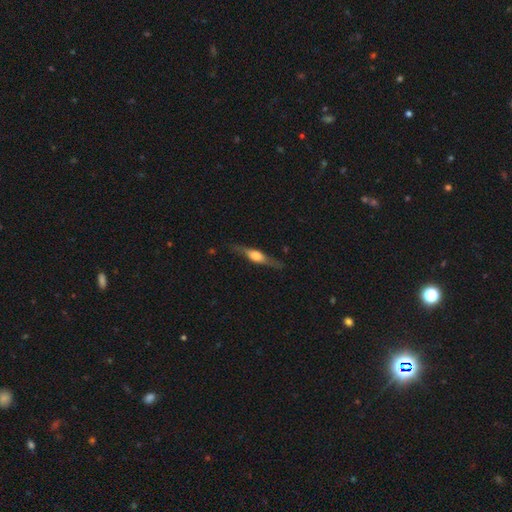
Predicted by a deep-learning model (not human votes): A featured or disk galaxy (66%) viewed edge-on (93%) with a rounded central bulge (86%).

Vote fractions:
- Smooth or featured? featured or disk: 66% / smooth: 28% / star or artifact: 6%
- Edge-on disk? yes: 93% / no: 7%
- Edge-on bulge? rounded: 86% / boxy: 11% / none: 3%
- Merging? none: 81% / minor disturbance: 14% / major disturbance: 4% / merger: 1%